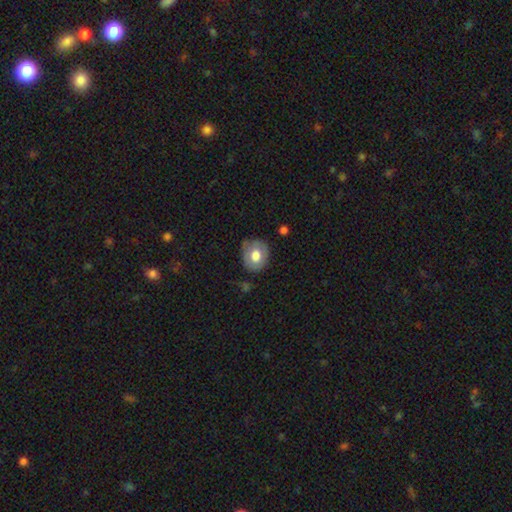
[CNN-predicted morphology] Smooth or featured? Predicted: smooth (p=0.67). How rounded? Predicted: round (p=0.61). Merging? Predicted: none (p=0.73).